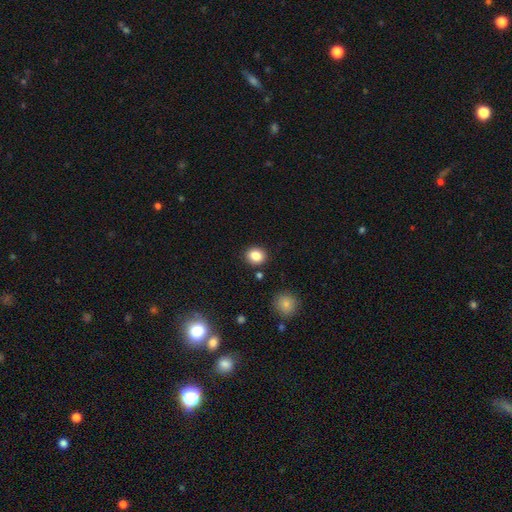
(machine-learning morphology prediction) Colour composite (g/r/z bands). It shows a smooth galaxy with no disk features (85%) that is round (75%). Merging: none (88%).